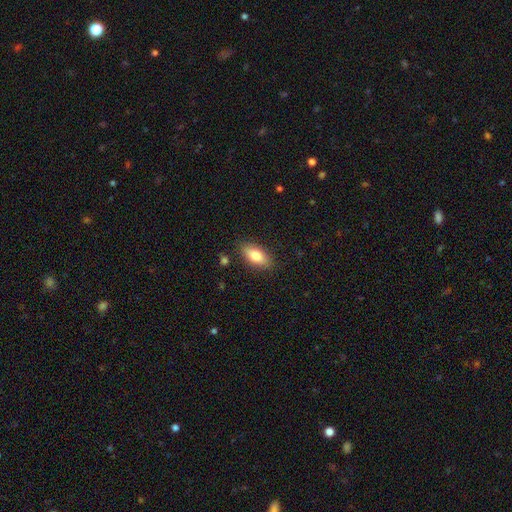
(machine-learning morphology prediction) Smooth or featured?
  - smooth: 79% *
  - featured or disk: 15%
  - star or artifact: 7%
How rounded?
  - in between: 86% *
  - cigar-shaped: 10%
  - round: 4%
Merging?
  - none: 85% *
  - minor disturbance: 11%
  - major disturbance: 2%
  - merger: 2%